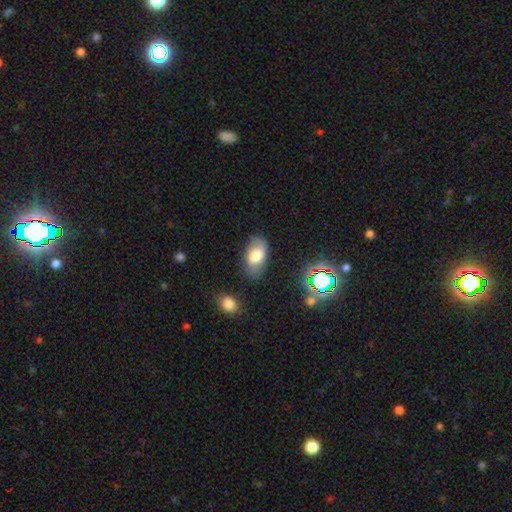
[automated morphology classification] This appears to be a smooth galaxy with no disk features (60%) that is in between round and cigar-shaped (92%). Merging: none (75%).